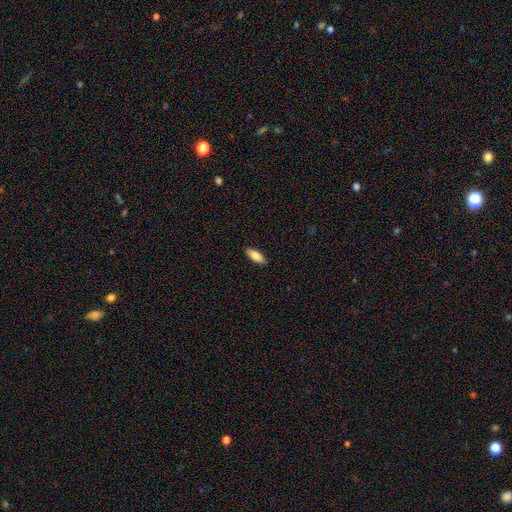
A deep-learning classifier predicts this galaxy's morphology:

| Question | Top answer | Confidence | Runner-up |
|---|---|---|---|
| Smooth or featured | smooth | 84% | featured or disk (10%) |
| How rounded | in between | 81% | cigar-shaped (17%) |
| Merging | none | 90% | minor disturbance (8%) |